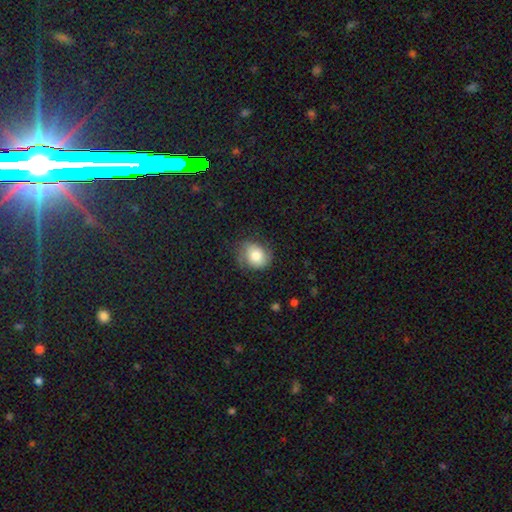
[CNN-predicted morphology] This is likely a smooth galaxy (64%). How rounded: likely round (61%). Merging: likely none (66%).